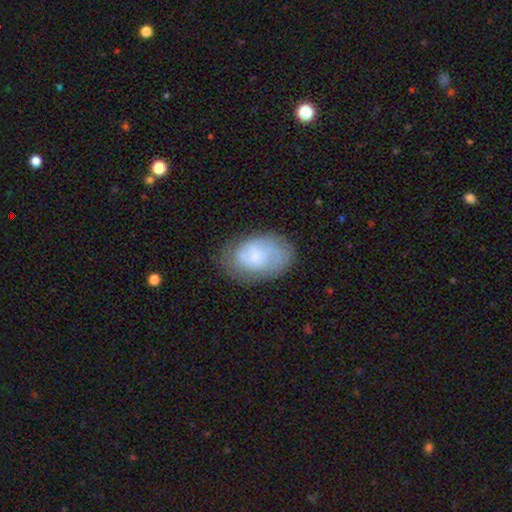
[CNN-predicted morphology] A smooth galaxy with no disk features (46%, tied with featured or disk).

Vote fractions:
- Smooth or featured? smooth: 46% (tied) / featured or disk: 46% (tied) / star or artifact: 8%
- Merging? none: 65% / minor disturbance: 23% / major disturbance: 11% / merger: 2%